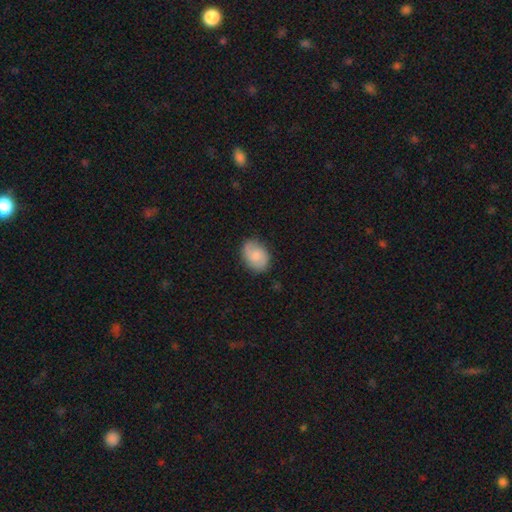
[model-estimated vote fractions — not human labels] Smooth or featured?
  - smooth: 67% *
  - featured or disk: 26%
  - star or artifact: 7%
How rounded?
  - in between: 72% *
  - round: 27%
  - cigar-shaped: 1%
Merging?
  - none: 78% *
  - minor disturbance: 17%
  - major disturbance: 4%
  - merger: 1%